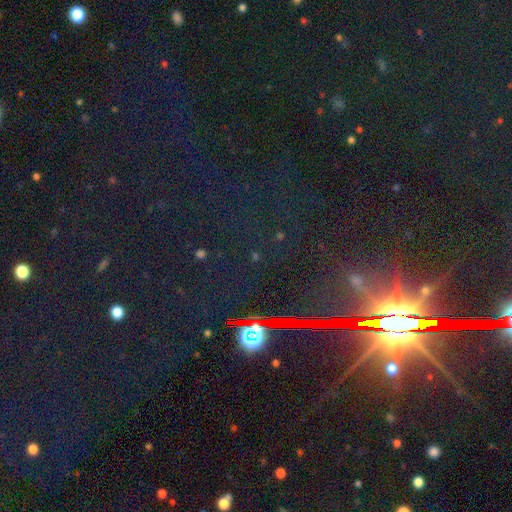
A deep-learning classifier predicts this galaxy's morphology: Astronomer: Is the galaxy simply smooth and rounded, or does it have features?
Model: star or artifact — 80%.